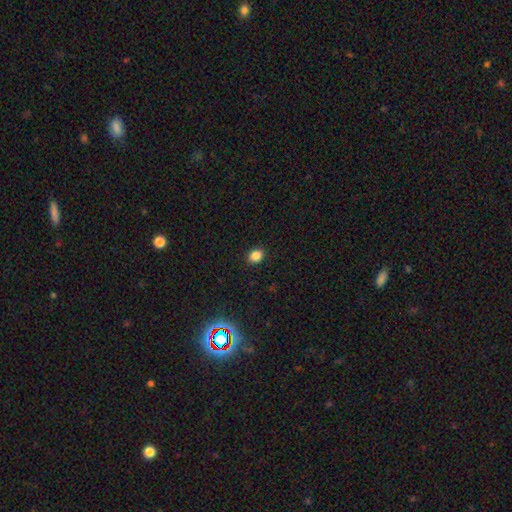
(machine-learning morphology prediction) A smooth galaxy with no disk features (83%) that is in between round and cigar-shaped (51%).

Vote fractions:
- Smooth or featured? smooth: 83% / star or artifact: 12% / featured or disk: 4%
- How rounded? in between: 51% / round: 48% / cigar-shaped: 1%
- Merging? none: 89% / minor disturbance: 8% / major disturbance: 2% / merger: 1%